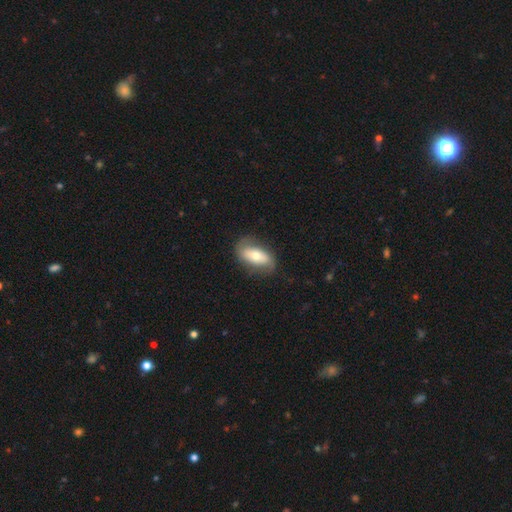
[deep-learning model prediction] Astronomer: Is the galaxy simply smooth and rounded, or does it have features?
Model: smooth — 51% (runner-up: featured or disk, 43%).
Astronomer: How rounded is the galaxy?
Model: in between — 86%.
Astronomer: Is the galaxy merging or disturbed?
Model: none — 74%.